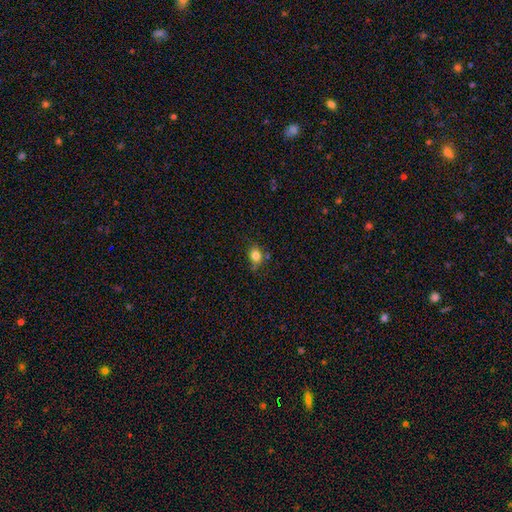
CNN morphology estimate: This is clearly a smooth galaxy (82%). How rounded: possibly round (60%). Merging: likely none (67%).